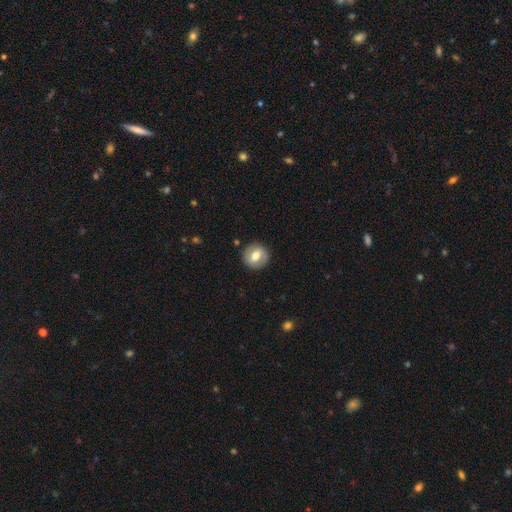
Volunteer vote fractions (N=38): Smooth or featured?
  - smooth: 61% *
  - featured or disk: 39%
  - star or artifact: 0%
How rounded?
  - round: 74% *
  - in between: 26%
  - cigar-shaped: 0%
Merging?
  - none: 82% *
  - minor disturbance: 18%
  - major disturbance: 0%
  - merger: 0%